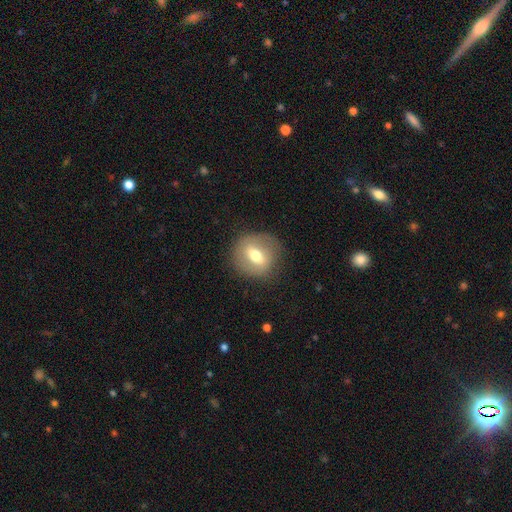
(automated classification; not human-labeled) A smooth galaxy with no disk features (55%) that is round (75%). Merging: none (82%).